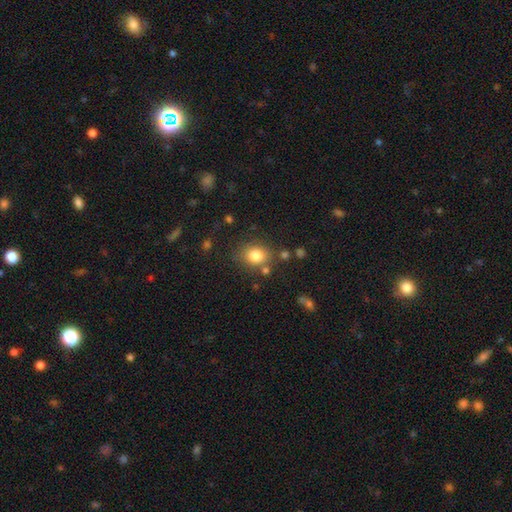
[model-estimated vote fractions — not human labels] Smooth or featured? Predicted: smooth (p=0.81). How rounded? Predicted: round (p=0.58). Merging? Predicted: none (p=0.76).